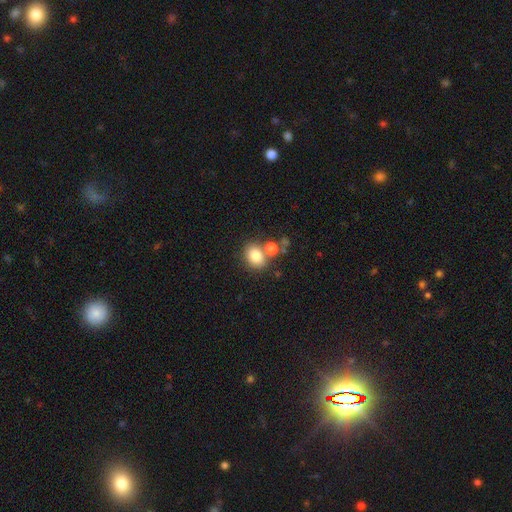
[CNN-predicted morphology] This is clearly a smooth galaxy (80%). How rounded: possibly in between (50%). Merging: possibly none (60%).